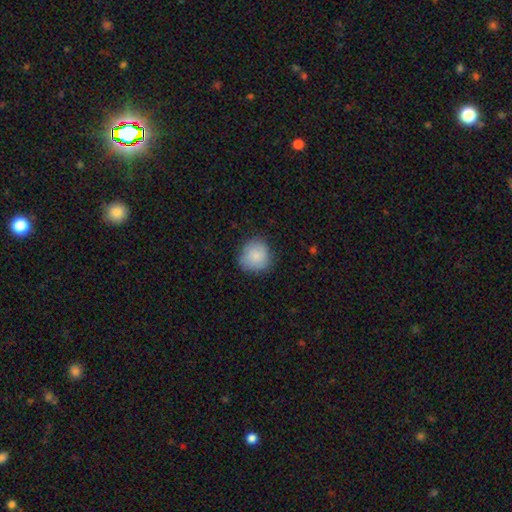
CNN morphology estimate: smooth 85%, featured or disk 8%, star or artifact 7%. Down the decision tree: how rounded — round (87%); merging — none (78%).